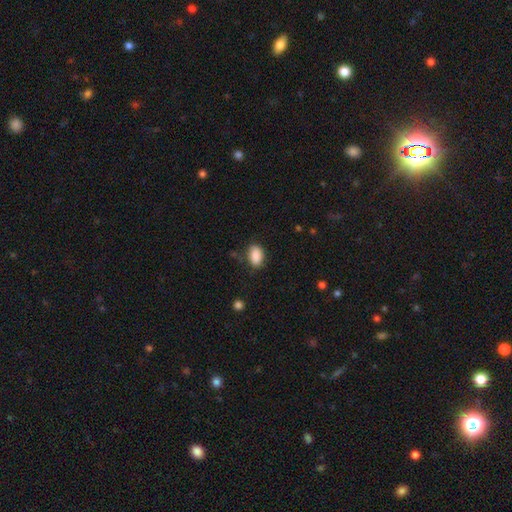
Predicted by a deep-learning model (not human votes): Q: Smooth or featured?
A: smooth (89%); runner-up: star or artifact (8%)
Q: How rounded?
A: in between (88%); runner-up: round (11%)
Q: Merging?
A: none (80%); runner-up: minor disturbance (15%)